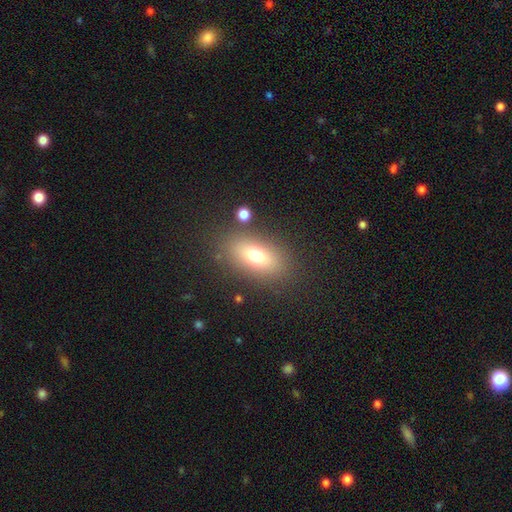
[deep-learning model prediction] The model was most divided on "smooth or featured": smooth: 72%, featured or disk: 17%, star or artifact: 11%. More confident: how rounded — in between (83%); merging — none (82%).